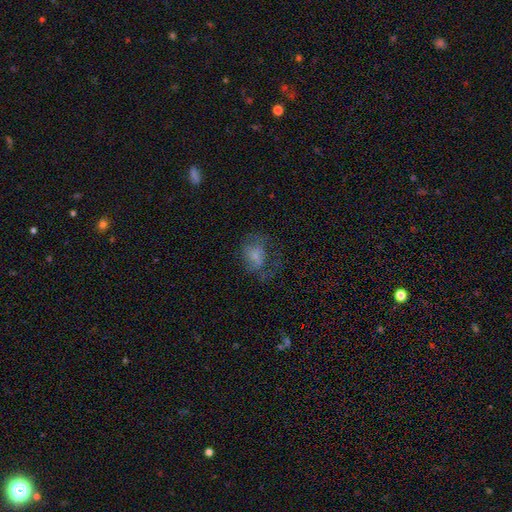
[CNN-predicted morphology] The model was most divided on "merging": major disturbance: 42%, none: 35%, minor disturbance: 21%, merger: 2%. More confident: how rounded — in between (64%); smooth or featured — smooth (57%).